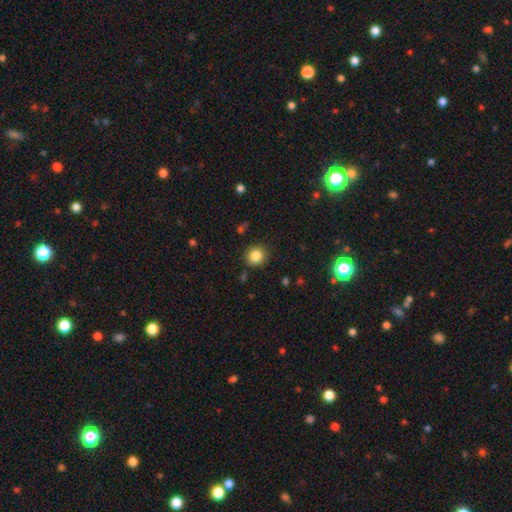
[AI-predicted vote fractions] A smooth galaxy with no disk features (84%) that is round (87%). Merging: none (86%).